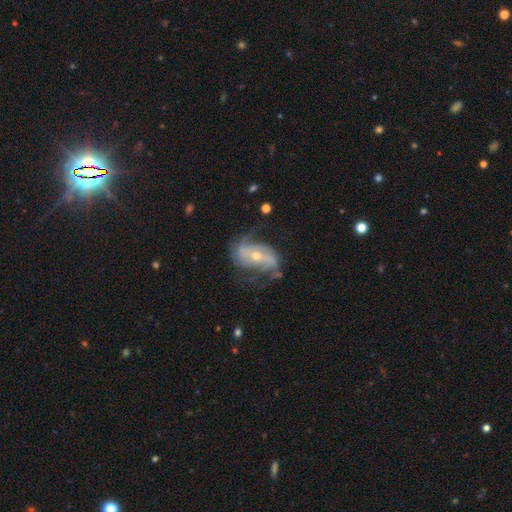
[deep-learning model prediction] This is clearly a featured or disk galaxy (83%). It is clearly not viewed edge-on (95%). Bar: marginally no (36%). Spiral arm pattern: clearly yes (90%). Spiral arm count: likely 2 (70%). Spiral winding: marginally medium (39%). Central bulge: possibly small (54%). Merging: possibly none (58%).